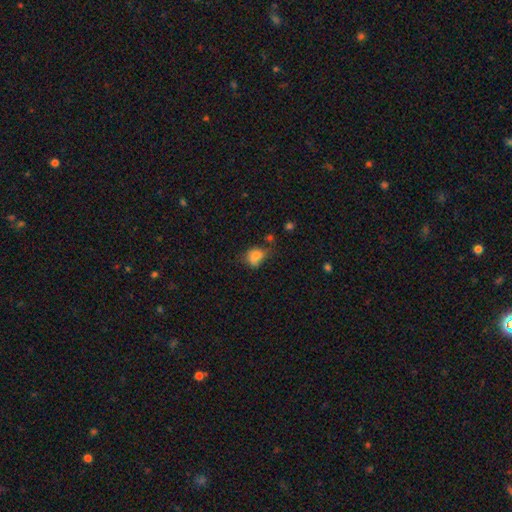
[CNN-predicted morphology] A smooth galaxy with no disk features (76%) that is in between round and cigar-shaped (52%).

Vote fractions:
- Smooth or featured? smooth: 76% / featured or disk: 12% / star or artifact: 12%
- How rounded? in between: 52% / round: 47% / cigar-shaped: 1%
- Merging? none: 41% / minor disturbance: 35% / major disturbance: 15% / merger: 8%